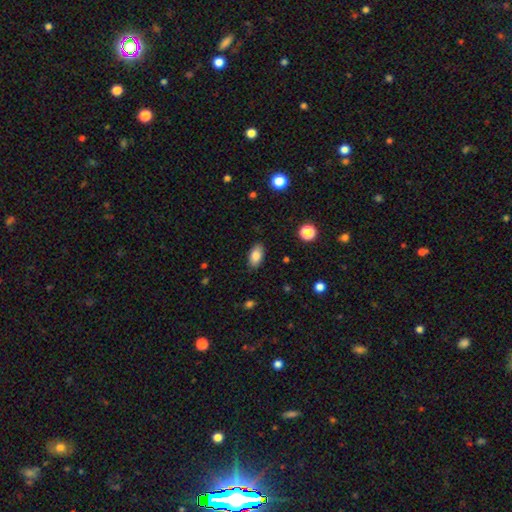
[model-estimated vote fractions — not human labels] Smooth or featured: smooth — 84% (featured or disk — 8%)
How rounded: in between — 92% (round — 5%)
Merging: none — 87% (minor disturbance — 10%)